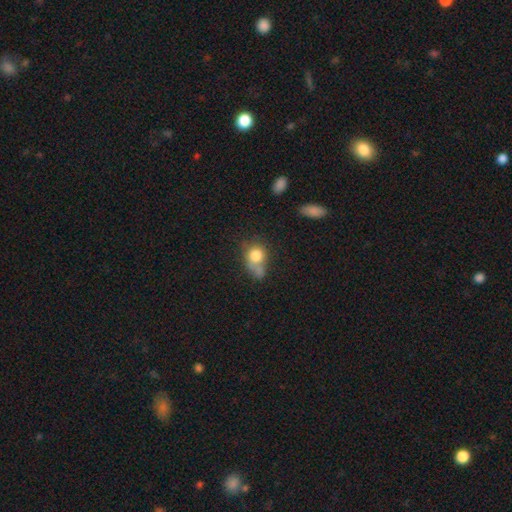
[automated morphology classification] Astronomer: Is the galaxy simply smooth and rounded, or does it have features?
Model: smooth — 76%.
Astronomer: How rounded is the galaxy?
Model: round — 62%.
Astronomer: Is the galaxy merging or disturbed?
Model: none — 32% (runner-up: merger, 31%).